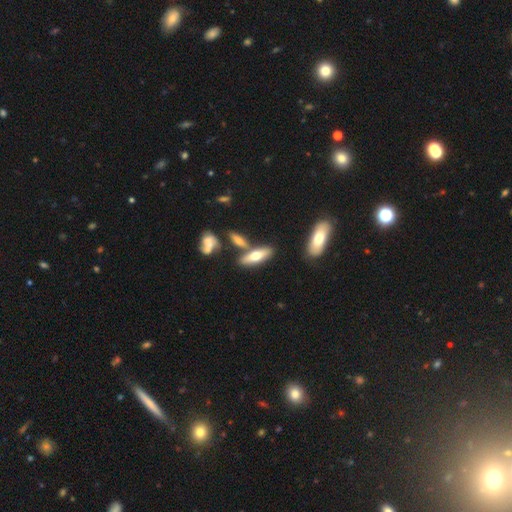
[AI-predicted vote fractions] Overall: smooth (57%; featured or disk 36%). How rounded: in between (53%; cigar-shaped 44%). Merging: none (64%).